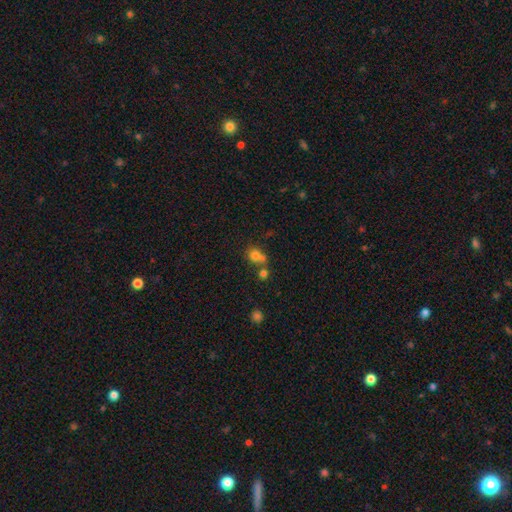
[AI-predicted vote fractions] Smooth or featured? smooth (74%)
How rounded? round (77%)
Merging? merger (44%, tied with none)